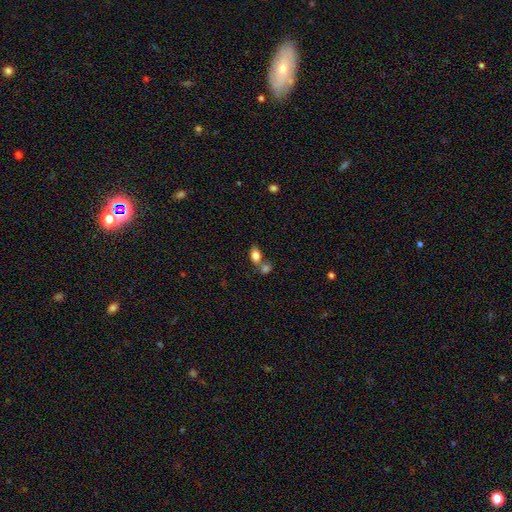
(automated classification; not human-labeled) Smooth or featured? Predicted: smooth (p=0.81). How rounded? Predicted: in between (p=0.83). Merging? Predicted: merger (p=0.43).